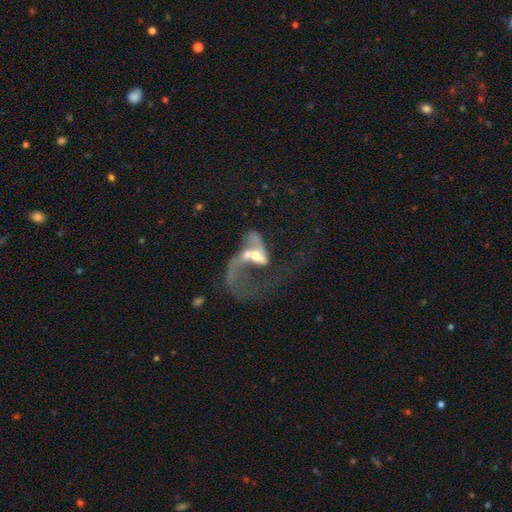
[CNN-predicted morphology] Smooth or featured?
  - featured or disk: 62% *
  - smooth: 29%
  - star or artifact: 9%
Edge-on disk?
  - no: 92% *
  - yes: 8%
Bar?
  - no: 64% *
  - weak: 27%
  - strong: 9%
Spiral arms?
  - yes: 51% *
  - no: 49%
Bulge size?
  - moderate: 60% *
  - small: 18%
  - large: 15%
  - none: 5%
  - dominant: 2%
Merging?
  - merger: 55% *
  - major disturbance: 32%
  - none: 8%
  - minor disturbance: 5%